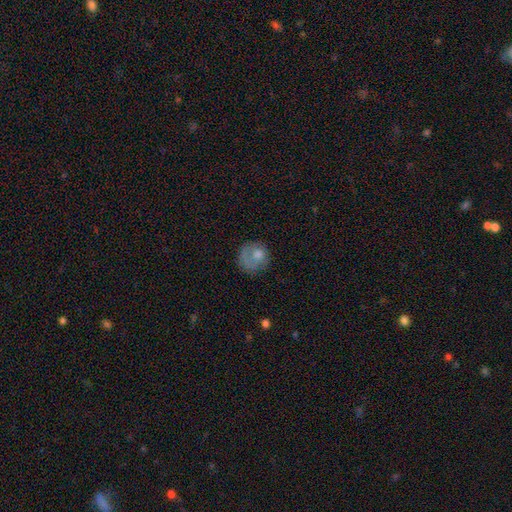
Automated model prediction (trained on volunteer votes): A smooth galaxy with no disk features (67%) that is round (78%). Merging: none (50%).